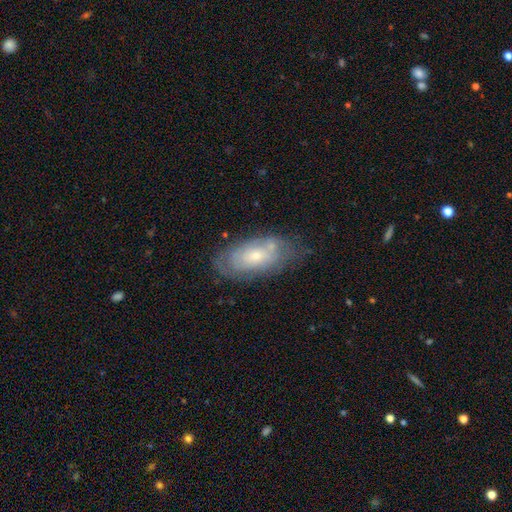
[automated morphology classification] Smooth or featured? Predicted: featured or disk (p=0.53). Edge-on disk? Predicted: no (p=0.89). Merging? Predicted: none (p=0.60).